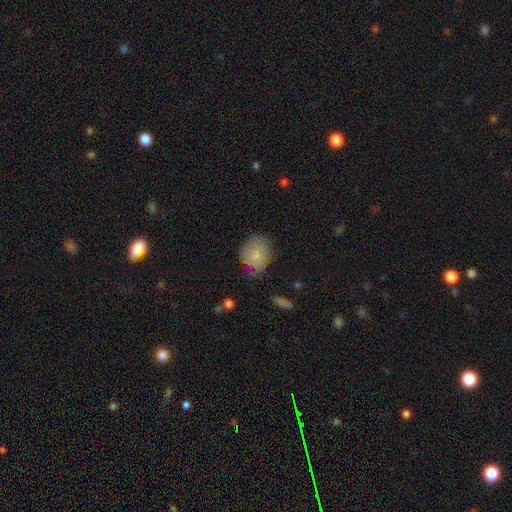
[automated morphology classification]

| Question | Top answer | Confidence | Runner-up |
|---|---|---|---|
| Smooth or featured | smooth | 76% | featured or disk (16%) |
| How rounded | in between | 61% | round (38%) |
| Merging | none | 59% | minor disturbance (30%) |